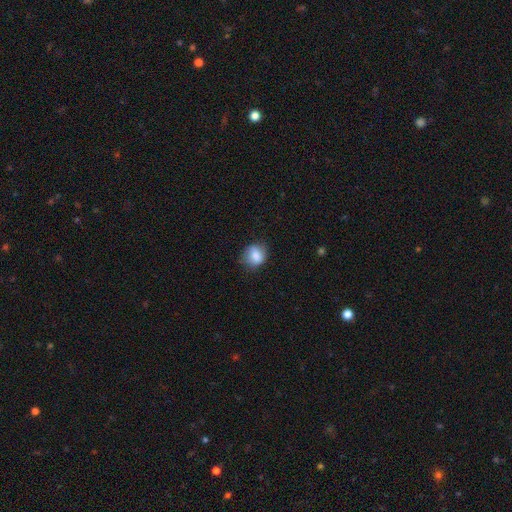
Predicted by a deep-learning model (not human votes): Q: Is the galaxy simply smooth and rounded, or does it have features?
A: smooth — 80%.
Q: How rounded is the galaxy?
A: round — 66%.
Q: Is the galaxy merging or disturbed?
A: none — 74%.